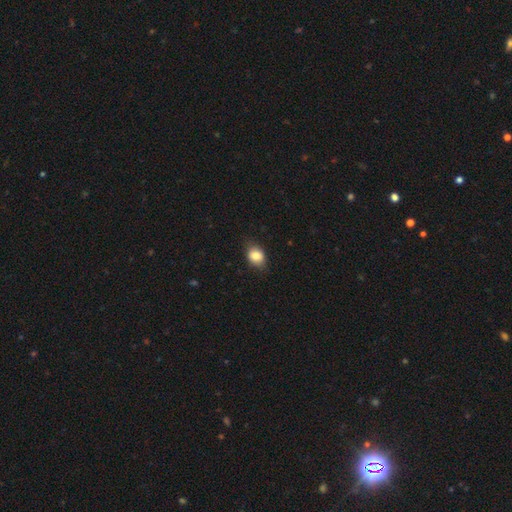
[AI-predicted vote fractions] This appears to be a smooth galaxy with no disk features (84%) that is in between round and cigar-shaped (64%). Merging: none (81%).